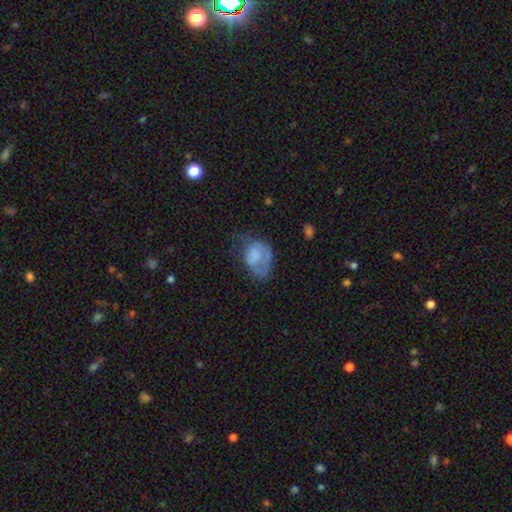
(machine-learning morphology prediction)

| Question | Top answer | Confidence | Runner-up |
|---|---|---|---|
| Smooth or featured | smooth | 55% | featured or disk (36%) |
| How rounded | in between | 70% | round (29%) |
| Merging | major disturbance | 40% | minor disturbance (29%) |